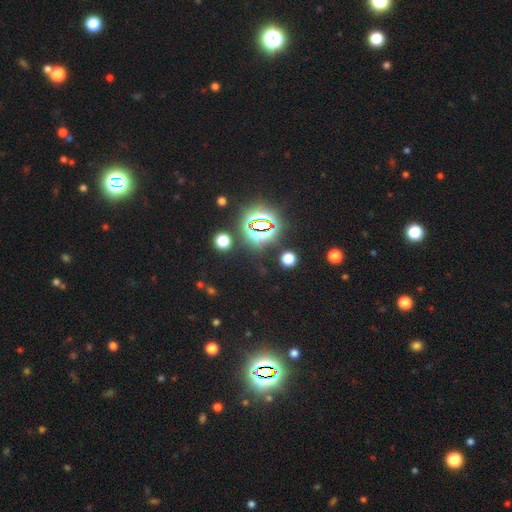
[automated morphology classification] type=star or artifact (79%).